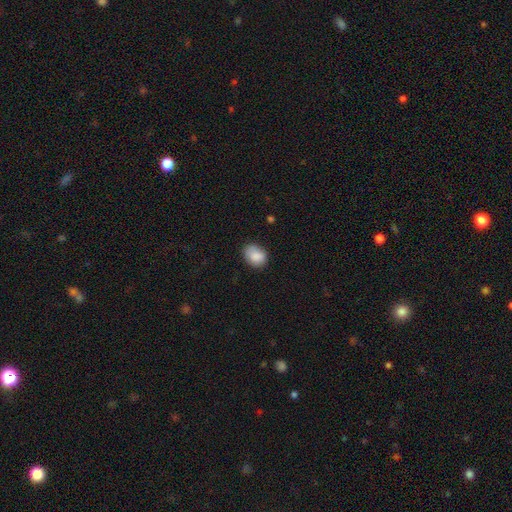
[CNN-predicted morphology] smooth 86%, star or artifact 8%, featured or disk 6%. Down the decision tree: how rounded — in between (60%); merging — none (71%).